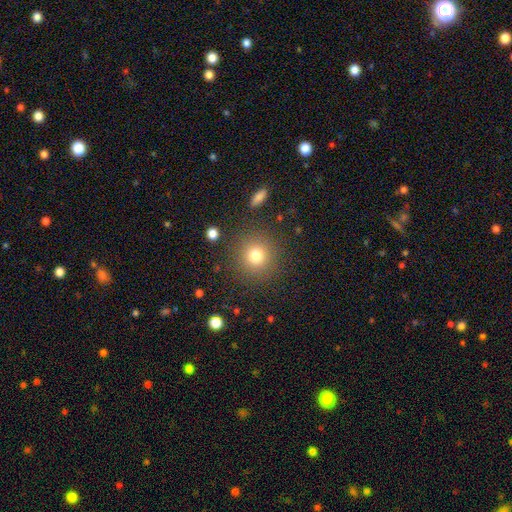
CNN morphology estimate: smooth-or-featured: smooth: 78% | star or artifact: 14% | featured or disk: 9%
  how-rounded: round: 93% | in between: 6% | cigar-shaped: 1%
  merging: none: 88% | minor disturbance: 7% | major disturbance: 3% | merger: 2%